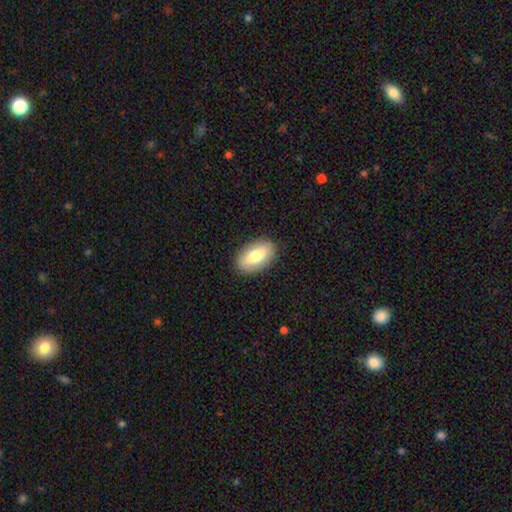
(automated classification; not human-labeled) A smooth galaxy with no disk features (74%) that is in between round and cigar-shaped (92%). Merging: none (88%).